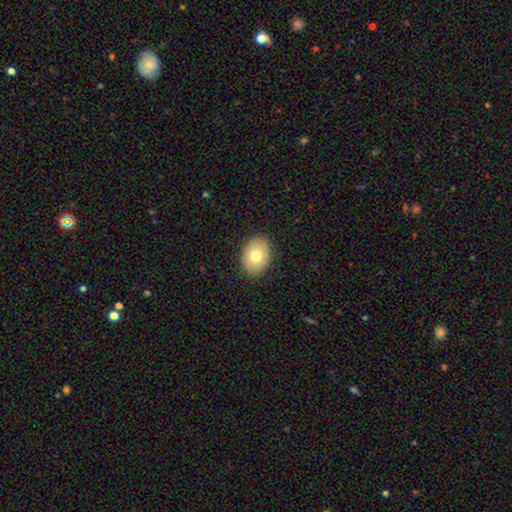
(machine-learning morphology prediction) A smooth galaxy with no disk features (76%) that is in between round and cigar-shaped (74%).

Vote fractions:
- Smooth or featured? smooth: 76% / featured or disk: 16% / star or artifact: 8%
- How rounded? in between: 74% / round: 25% / cigar-shaped: 1%
- Merging? none: 89% / minor disturbance: 8% / major disturbance: 2% / merger: 1%